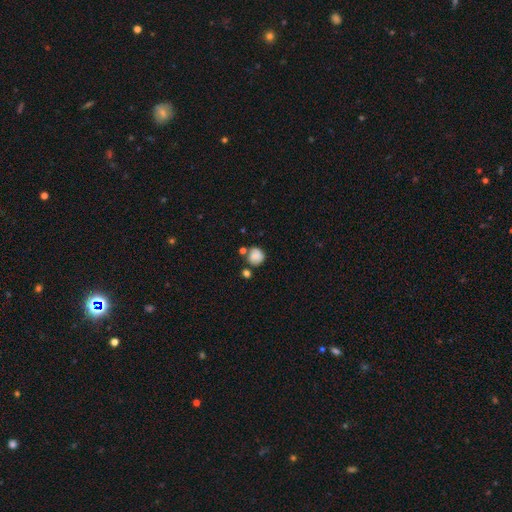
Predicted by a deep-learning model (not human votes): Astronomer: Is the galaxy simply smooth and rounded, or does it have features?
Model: smooth — 84%.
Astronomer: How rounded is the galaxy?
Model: round — 83%.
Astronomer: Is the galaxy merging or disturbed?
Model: none — 61%.